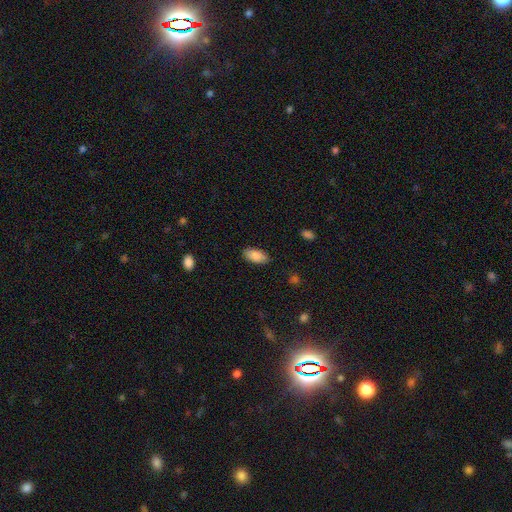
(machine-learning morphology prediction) Smooth or featured? smooth (88%)
How rounded? in between (92%)
Merging? none (84%)